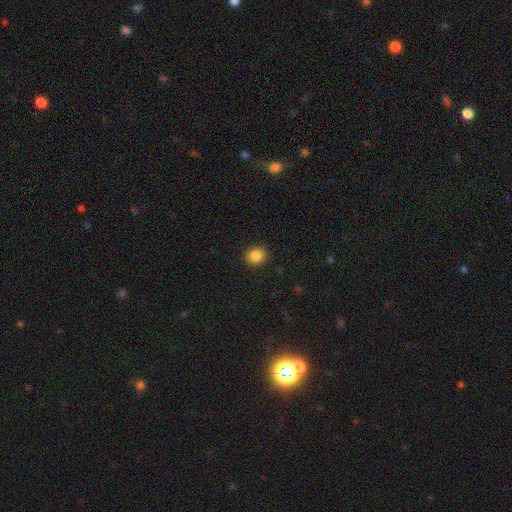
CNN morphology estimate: A smooth galaxy with no disk features (86%) that is round (79%). Merging: none (91%).